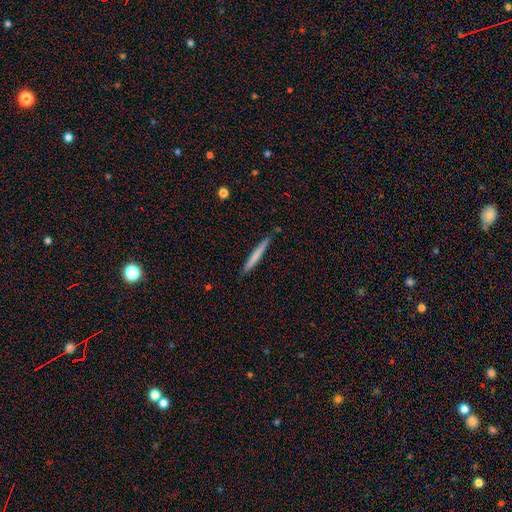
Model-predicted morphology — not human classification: Smooth or featured? smooth (67%)
How rounded? cigar-shaped (97%)
Merging? none (90%)